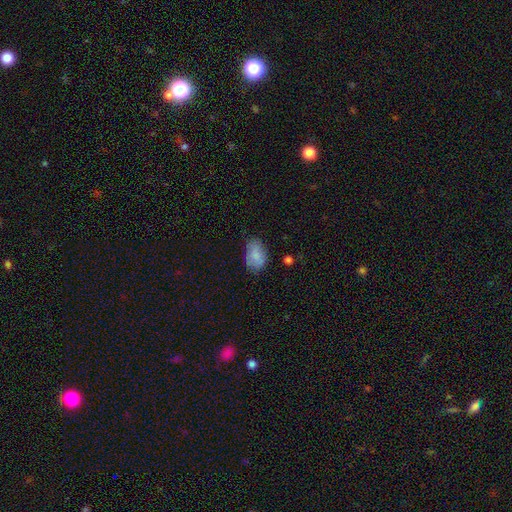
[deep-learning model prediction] Smooth or featured? Predicted: smooth (p=0.81). How rounded? Predicted: in between (p=0.87). Merging? Predicted: none (p=0.66).